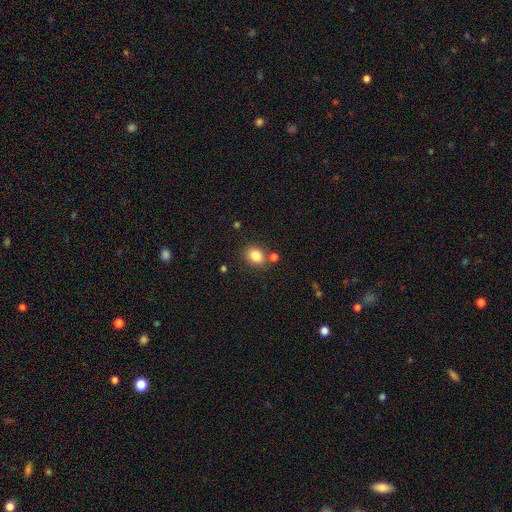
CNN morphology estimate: A smooth galaxy with no disk features (83%) that is round (51%).

Vote fractions:
- Smooth or featured? smooth: 83% / star or artifact: 10% / featured or disk: 6%
- How rounded? round: 51% / in between: 48% / cigar-shaped: 1%
- Merging? none: 75% / minor disturbance: 11% / merger: 11% / major disturbance: 3%